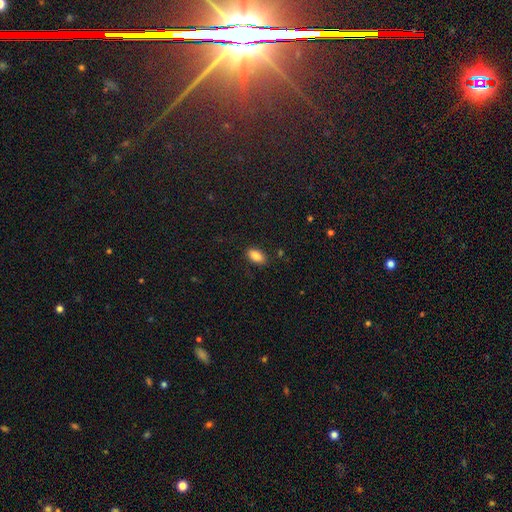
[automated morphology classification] smooth 86%, star or artifact 9%, featured or disk 6%. Down the decision tree: how rounded — in between (91%); merging — none (85%).